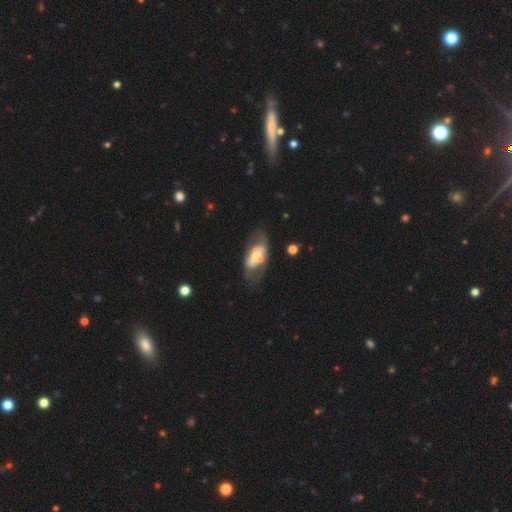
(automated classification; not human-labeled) smooth_or_featured: featured or disk (p=0.53) [alt: smooth p=0.40]
disk_edge_on: no (p=0.88) [alt: yes p=0.12]
merging: none (p=0.40) [alt: minor disturbance p=0.23]